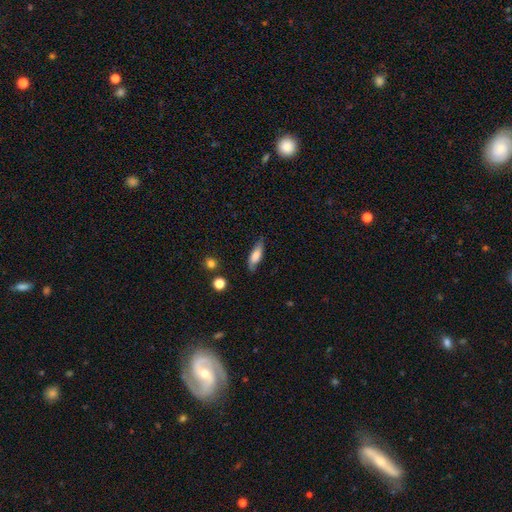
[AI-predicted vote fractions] smooth-or-featured: smooth: 70% | featured or disk: 22% | star or artifact: 7%
  how-rounded: in between: 56% | cigar-shaped: 41% | round: 3%
  merging: none: 74% | minor disturbance: 20% | major disturbance: 4% | merger: 2%